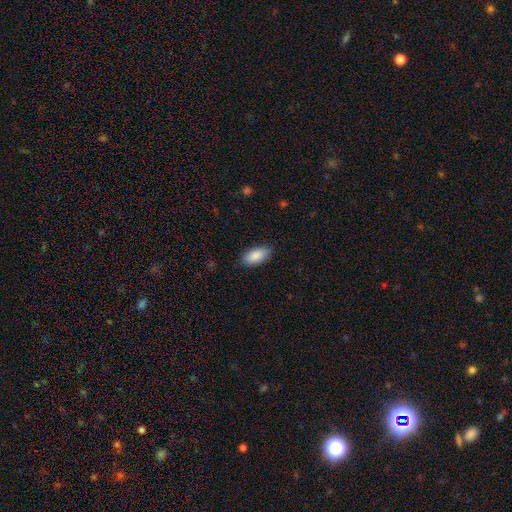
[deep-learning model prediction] smooth_or_featured: smooth (p=0.89) [alt: star or artifact p=0.06]
how_rounded: in between (p=0.93) [alt: cigar-shaped p=0.05]
merging: none (p=0.88) [alt: minor disturbance p=0.09]